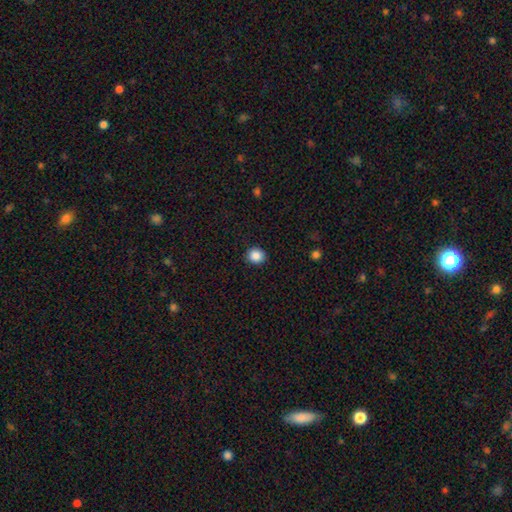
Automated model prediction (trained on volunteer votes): A smooth galaxy with no disk features (87%) that is round (83%). Merging: none (89%).